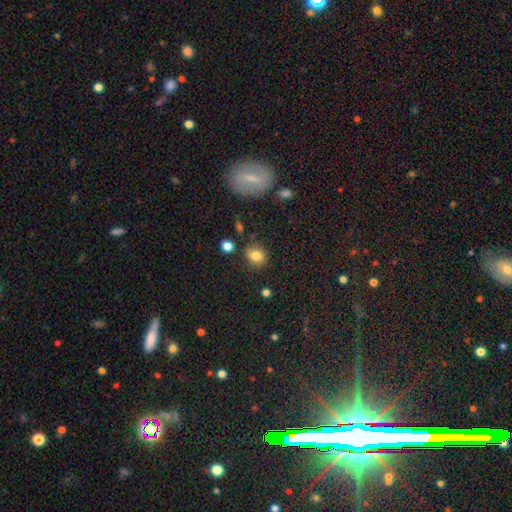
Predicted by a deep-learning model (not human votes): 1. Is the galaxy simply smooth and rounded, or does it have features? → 81% smooth, 11% star or artifact, 8% featured or disk.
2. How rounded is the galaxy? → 62% round, 37% in between, 1% cigar-shaped.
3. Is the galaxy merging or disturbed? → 79% none, 13% minor disturbance, 4% merger, 4% major disturbance.